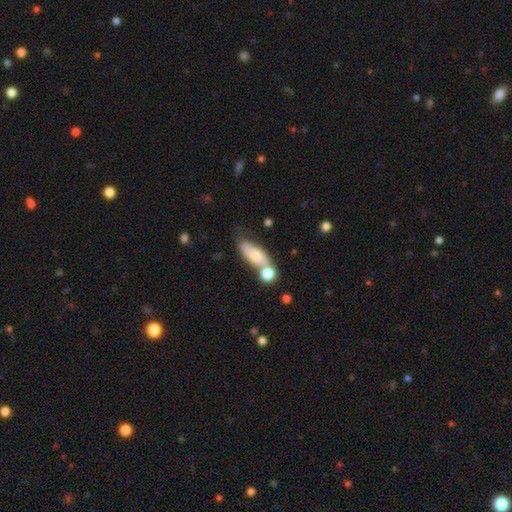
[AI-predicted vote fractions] Smooth or featured? smooth (63%)
How rounded? in between (68%)
Merging? none (46%)